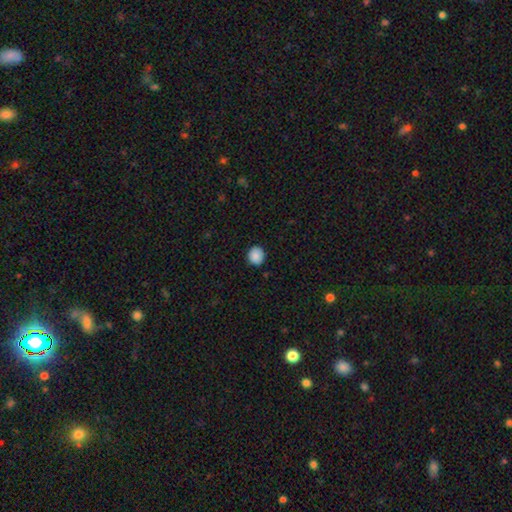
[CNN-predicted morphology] Overall: smooth (89%). How rounded: round (84%). Merging: none (89%).